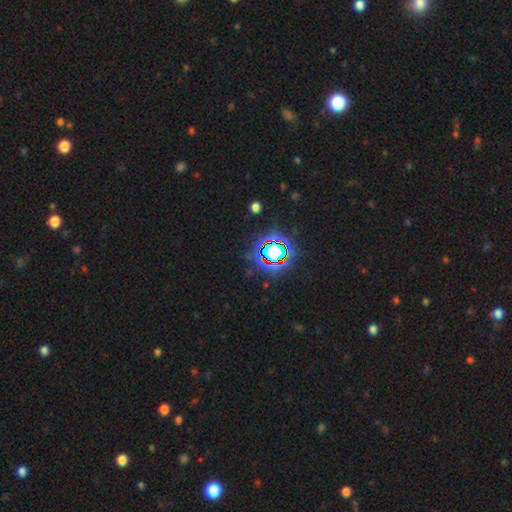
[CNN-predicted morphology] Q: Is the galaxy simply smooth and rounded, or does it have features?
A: star or artifact — 83%.